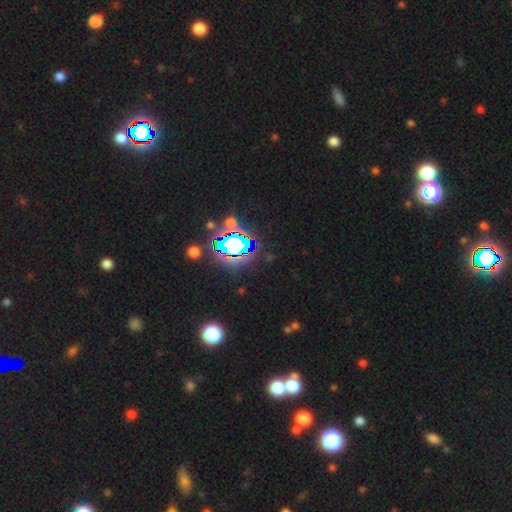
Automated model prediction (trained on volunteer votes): The model was most divided on "smooth or featured": star or artifact: 79%, smooth: 13%, featured or disk: 8%.